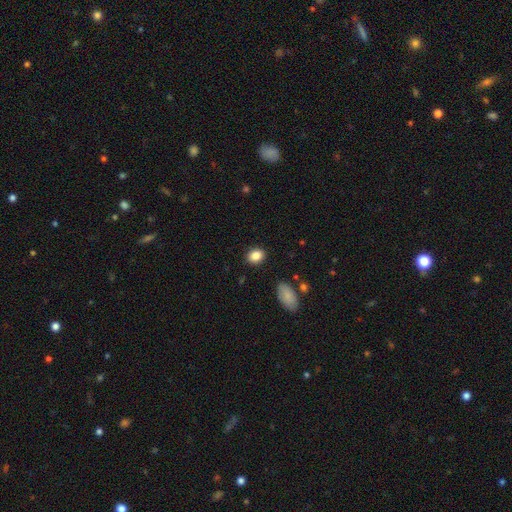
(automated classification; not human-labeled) Q: Smooth or featured?
A: smooth (86%); runner-up: star or artifact (9%)
Q: How rounded?
A: in between (56%); runner-up: round (43%)
Q: Merging?
A: none (88%); runner-up: minor disturbance (9%)